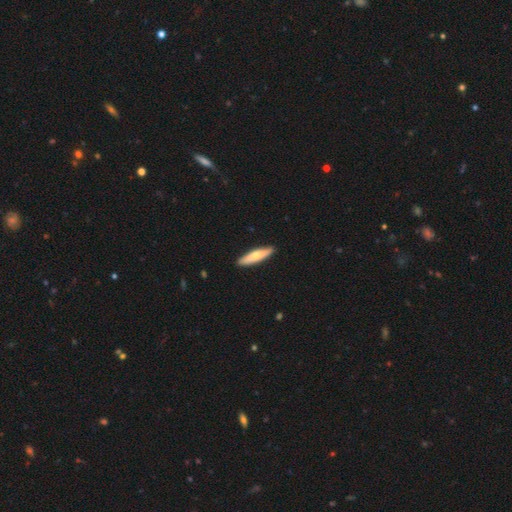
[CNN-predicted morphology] Smooth or featured? smooth (66%)
How rounded? cigar-shaped (79%)
Merging? none (90%)